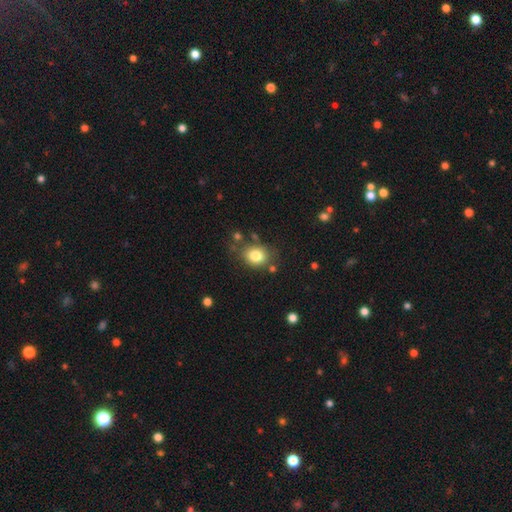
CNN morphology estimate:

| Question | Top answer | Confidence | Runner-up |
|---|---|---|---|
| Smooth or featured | smooth | 82% | star or artifact (10%) |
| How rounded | round | 50% | in between (49%) |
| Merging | none | 71% | minor disturbance (17%) |